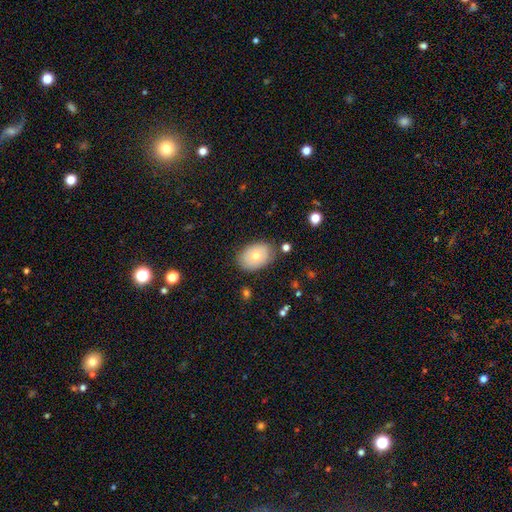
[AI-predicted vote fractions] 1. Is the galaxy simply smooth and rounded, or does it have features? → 69% smooth, 23% featured or disk, 8% star or artifact.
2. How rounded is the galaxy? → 80% in between, 19% round, 1% cigar-shaped.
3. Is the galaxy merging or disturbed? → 79% none, 15% minor disturbance, 4% major disturbance, 2% merger.